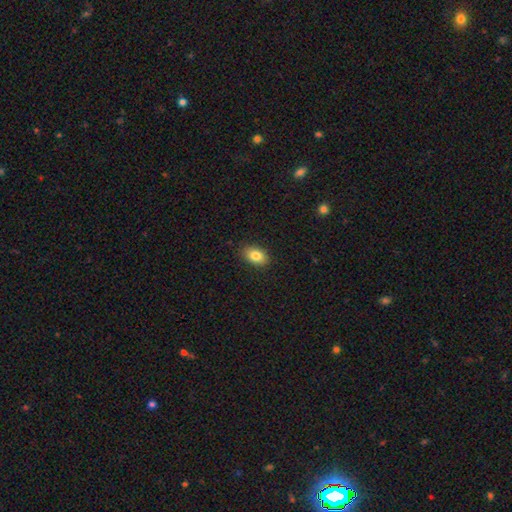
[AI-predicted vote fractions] This appears to be a smooth galaxy with no disk features (84%) that is in between round and cigar-shaped (86%). Merging: none (88%).